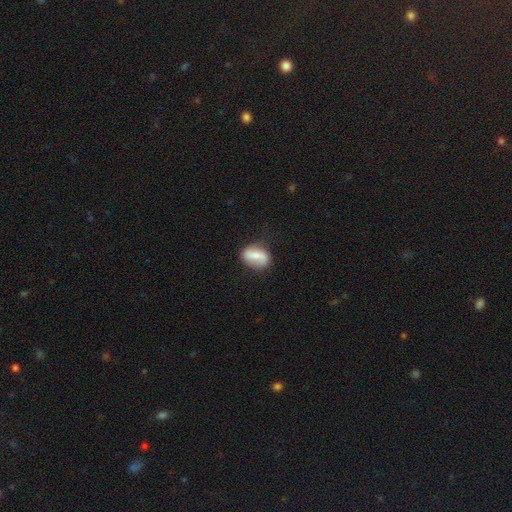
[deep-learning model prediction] A smooth galaxy with no disk features (58%) that is in between round and cigar-shaped (77%). Merging: none (69%).